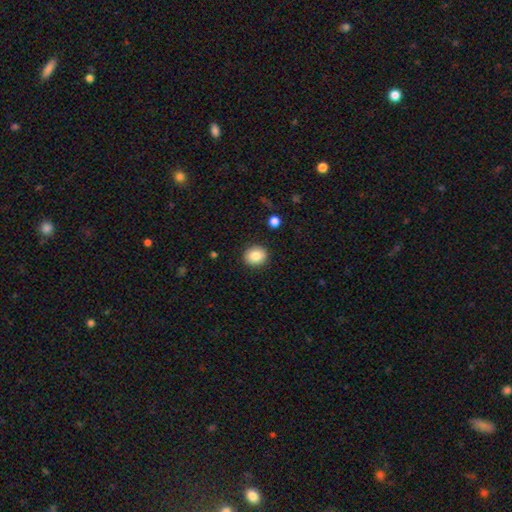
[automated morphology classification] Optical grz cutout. It shows a smooth galaxy with no disk features (85%) that is round (71%). Merging: none (90%).